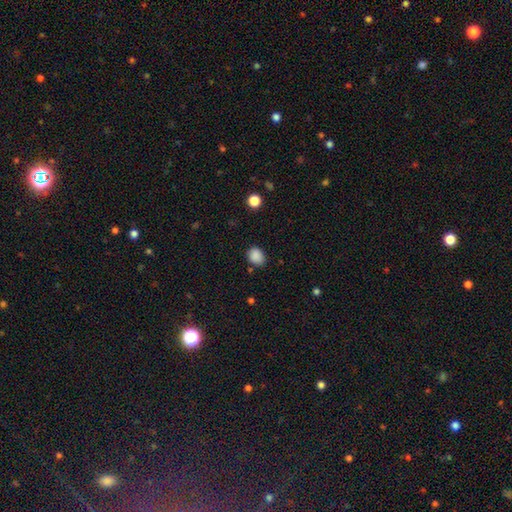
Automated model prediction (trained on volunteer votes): smooth_or_featured: smooth (p=0.87) [alt: star or artifact p=0.10]
how_rounded: in between (p=0.50) [alt: round p=0.49]
merging: none (p=0.79) [alt: minor disturbance p=0.15]